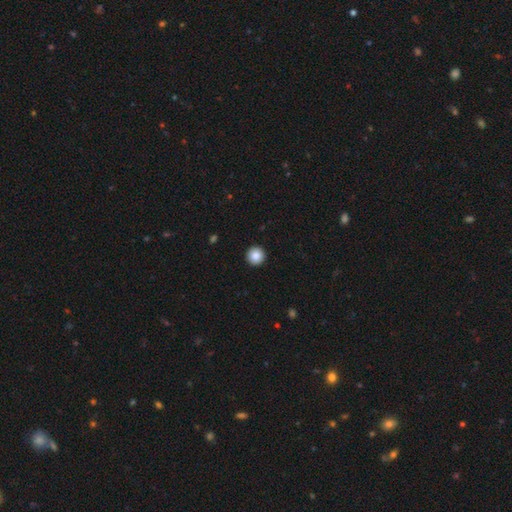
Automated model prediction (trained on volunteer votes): Overall: smooth (87%). How rounded: round (96%). Merging: none (94%).